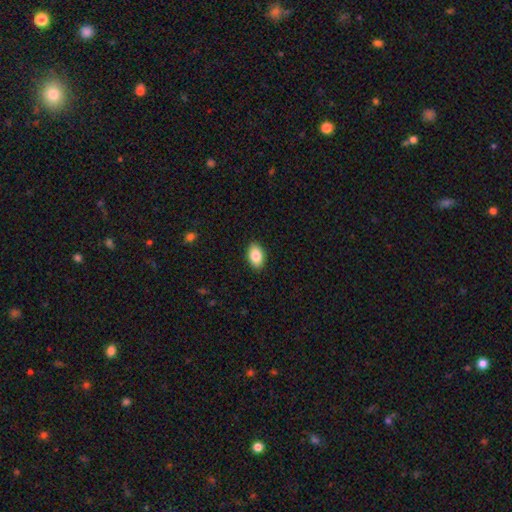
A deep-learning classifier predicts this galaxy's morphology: A smooth galaxy with no disk features (84%) that is in between round and cigar-shaped (92%).

Vote fractions:
- Smooth or featured? smooth: 84% / featured or disk: 9% / star or artifact: 7%
- How rounded? in between: 92% / round: 6% / cigar-shaped: 2%
- Merging? none: 90% / minor disturbance: 7% / major disturbance: 2% / merger: 1%